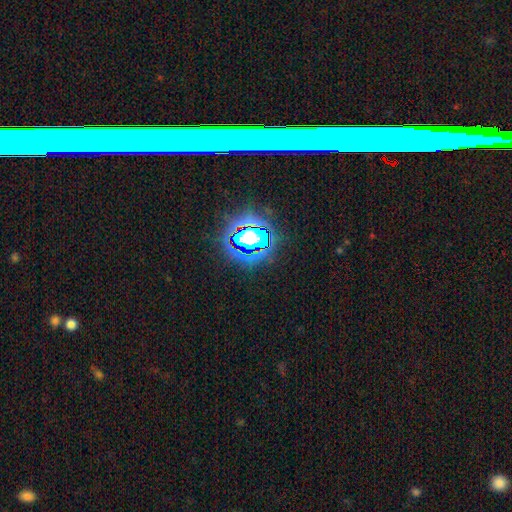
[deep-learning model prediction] The model was most divided on "smooth or featured": star or artifact: 71%, featured or disk: 15%, smooth: 14%.